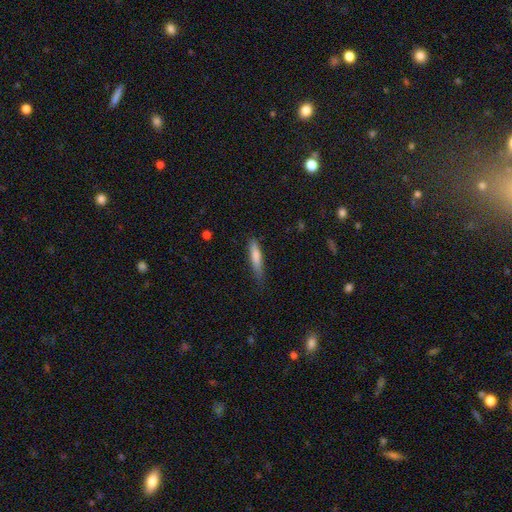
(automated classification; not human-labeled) Smooth or featured? Predicted: smooth (p=0.78). How rounded? Predicted: cigar-shaped (p=0.84). Merging? Predicted: none (p=0.69).